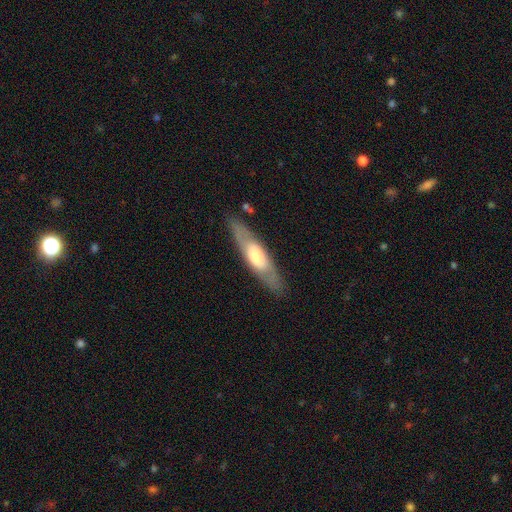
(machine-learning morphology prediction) smooth_or_featured: featured or disk (p=0.57) [alt: smooth p=0.37]
disk_edge_on: yes (p=0.60) [alt: no p=0.40]
merging: none (p=0.83) [alt: minor disturbance p=0.12]